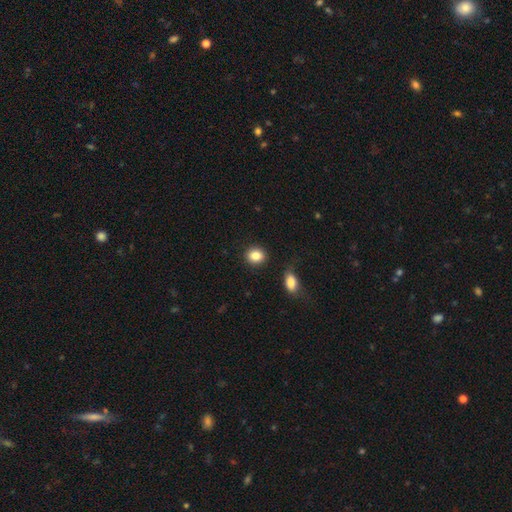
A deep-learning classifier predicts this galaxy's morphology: The model was most divided on "how rounded": round: 74%, in between: 24%, cigar-shaped: 1%. More confident: merging — none (88%); smooth or featured — smooth (85%).